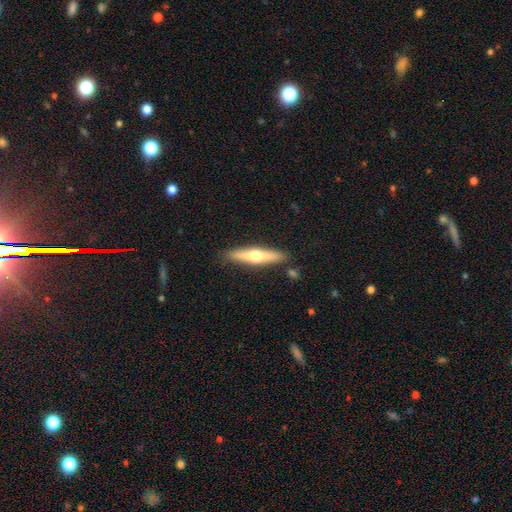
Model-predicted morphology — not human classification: Smooth or featured: featured or disk — 52% (smooth — 43%)
Edge-on disk: yes — 92% (no — 8%)
Merging: none — 87% (minor disturbance — 8%)